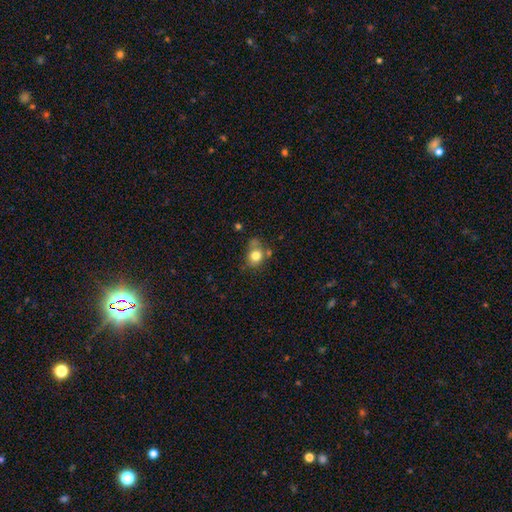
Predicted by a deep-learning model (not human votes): Morphology: type=smooth (78%); roundness=round (61%); merging=none (53%).